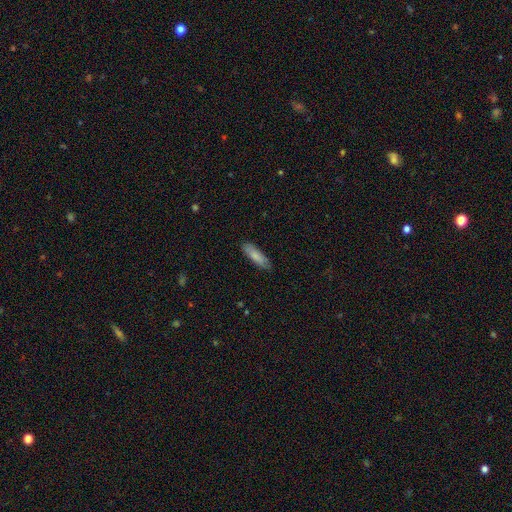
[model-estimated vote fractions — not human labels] smooth_or_featured: smooth (p=0.82) [alt: featured or disk p=0.13]
how_rounded: cigar-shaped (p=0.57) [alt: in between p=0.42]
merging: none (p=0.84) [alt: minor disturbance p=0.12]